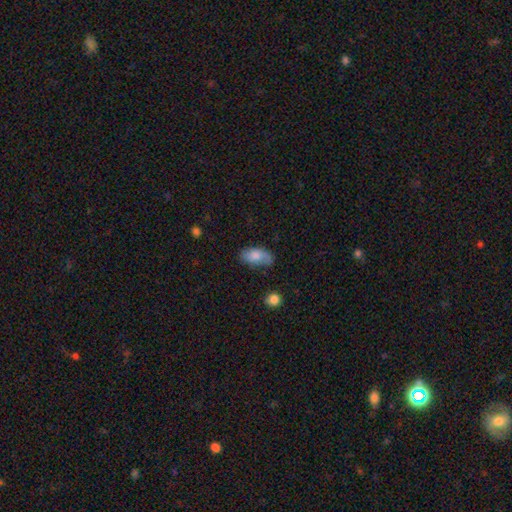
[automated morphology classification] smooth 71%, featured or disk 22%, star or artifact 7%. Down the decision tree: how rounded — in between (93%); merging — none (66%).